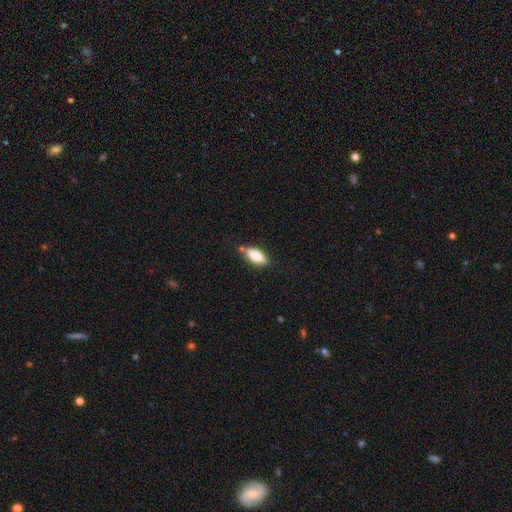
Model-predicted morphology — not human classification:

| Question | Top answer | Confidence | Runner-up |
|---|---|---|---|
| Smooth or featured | smooth | 80% | featured or disk (13%) |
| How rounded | in between | 84% | cigar-shaped (14%) |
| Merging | none | 74% | minor disturbance (18%) |